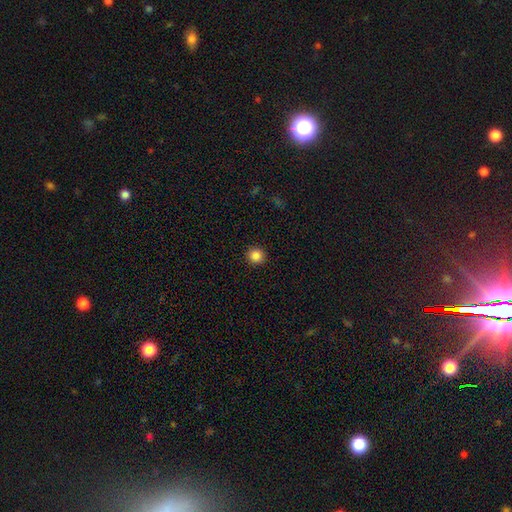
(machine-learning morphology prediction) This appears to be a smooth galaxy with no disk features (86%) that is round (93%). Merging: none (92%).